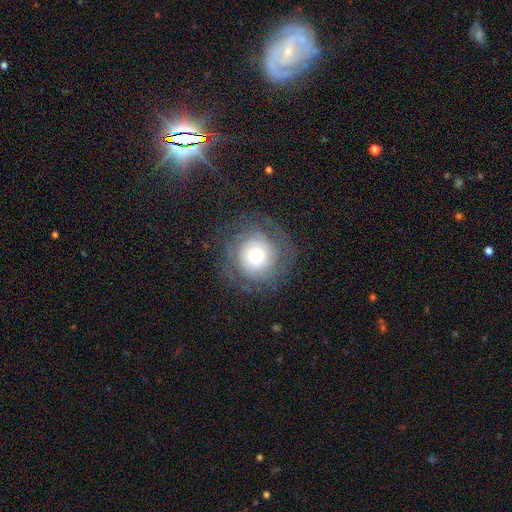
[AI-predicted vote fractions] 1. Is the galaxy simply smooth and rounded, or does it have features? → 63% featured or disk, 28% smooth, 10% star or artifact.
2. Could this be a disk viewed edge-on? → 97% no, 3% yes.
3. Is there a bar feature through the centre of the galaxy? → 82% no, 15% weak, 3% strong.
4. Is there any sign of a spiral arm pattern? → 84% yes, 16% no.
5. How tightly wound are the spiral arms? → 66% tight, 25% medium, 10% loose.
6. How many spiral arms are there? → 43% can't tell, 22% 2, 14% 3, 7% 4, 7% 1, 6% more than 4.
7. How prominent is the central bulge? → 59% moderate, 25% large, 11% small, 3% dominant, 1% none.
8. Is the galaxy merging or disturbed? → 76% none, 13% minor disturbance, 10% major disturbance, 1% merger.